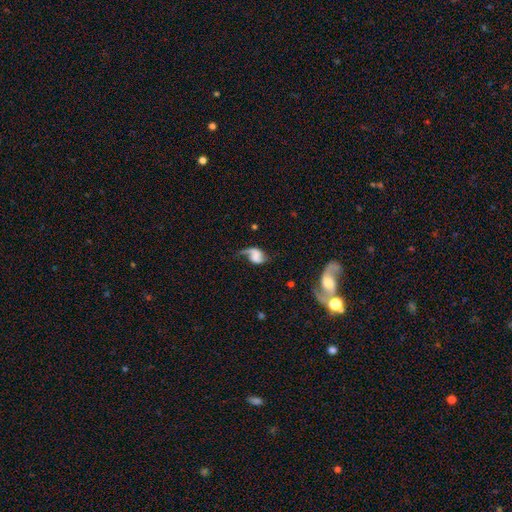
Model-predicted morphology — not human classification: type=featured or disk (70%); edge-on=no (97%); bar=no (53%); spiral arms=yes (91%); winding=loose (72%); arm count=2 (69%); bulge=none (56%); merging=none (42%).